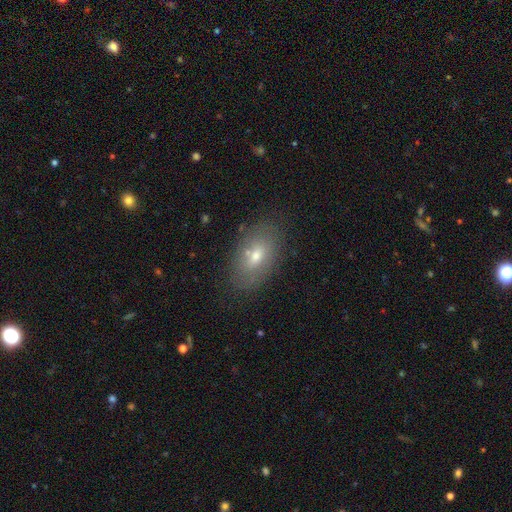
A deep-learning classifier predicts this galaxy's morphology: Q: Smooth or featured?
A: smooth (64%); runner-up: featured or disk (25%)
Q: How rounded?
A: in between (89%); runner-up: round (8%)
Q: Merging?
A: none (77%); runner-up: minor disturbance (15%)